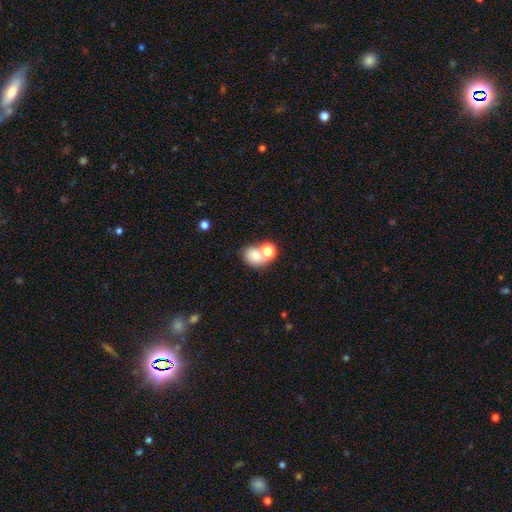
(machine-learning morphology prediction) smooth-or-featured: smooth: 72% | featured or disk: 16% | star or artifact: 12%
  how-rounded: round: 54% | in between: 45% | cigar-shaped: 1%
  merging: merger: 51% | none: 35% | minor disturbance: 9% | major disturbance: 5%